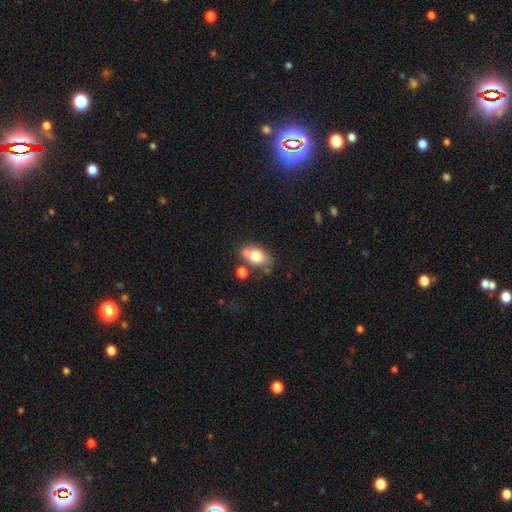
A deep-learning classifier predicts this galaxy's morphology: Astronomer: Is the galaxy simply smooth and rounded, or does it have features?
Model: smooth — 71%.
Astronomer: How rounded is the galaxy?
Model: in between — 78%.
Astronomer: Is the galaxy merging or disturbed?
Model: none — 50%.